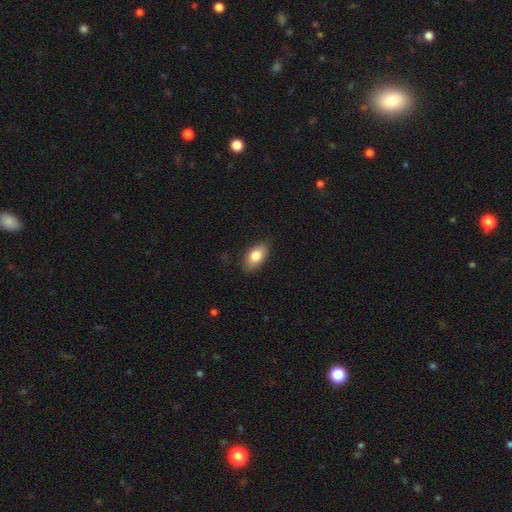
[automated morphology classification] The model was most divided on "smooth or featured": smooth: 81%, featured or disk: 12%, star or artifact: 7%. More confident: how rounded — in between (90%); merging — none (83%).